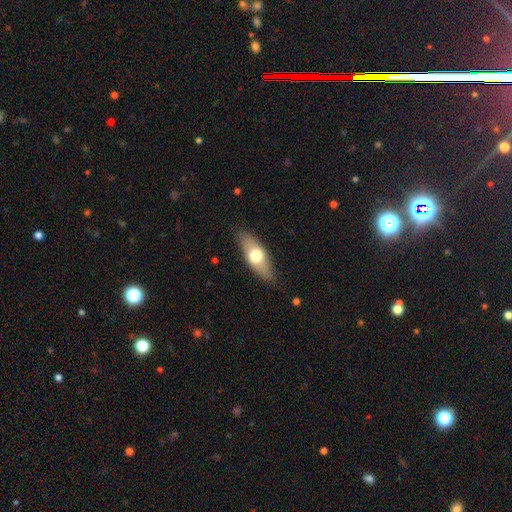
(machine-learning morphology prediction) Smooth or featured?
  - smooth: 59% *
  - featured or disk: 35%
  - star or artifact: 6%
How rounded?
  - in between: 67% *
  - cigar-shaped: 29%
  - round: 4%
Merging?
  - none: 85% *
  - minor disturbance: 11%
  - major disturbance: 3%
  - merger: 1%